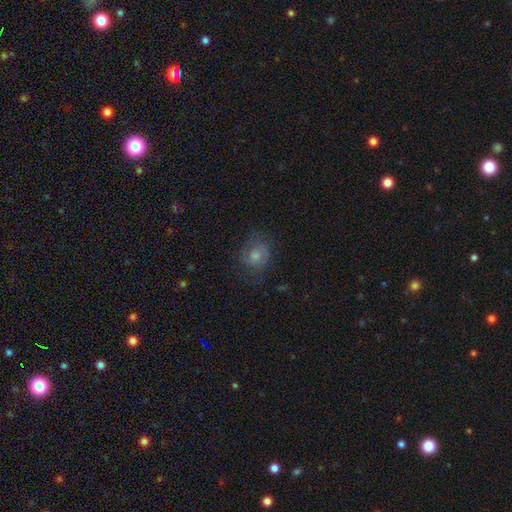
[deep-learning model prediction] A featured or disk galaxy (42%). Merging: none (70%).